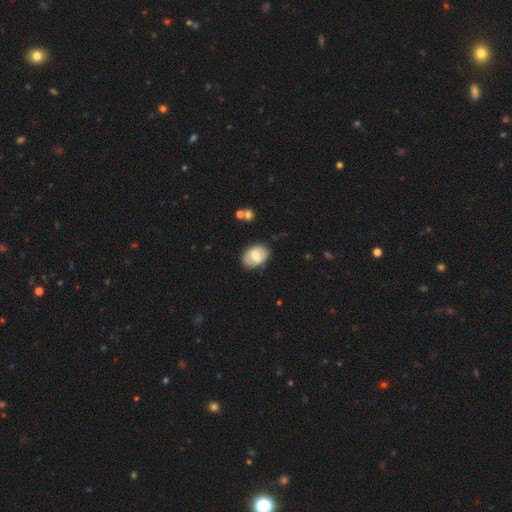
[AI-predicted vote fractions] A smooth galaxy with no disk features (69%) that is in between round and cigar-shaped (81%).

Vote fractions:
- Smooth or featured? smooth: 69% / featured or disk: 24% / star or artifact: 7%
- How rounded? in between: 81% / round: 18% / cigar-shaped: 1%
- Merging? none: 81% / minor disturbance: 14% / major disturbance: 3% / merger: 2%